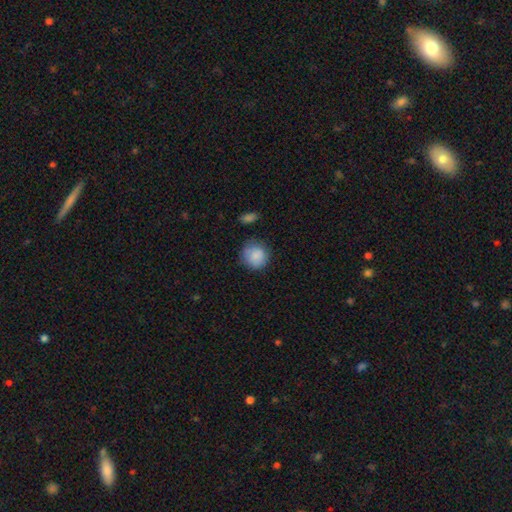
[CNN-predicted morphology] smooth-or-featured: smooth: 86% | star or artifact: 7% | featured or disk: 7%
  how-rounded: round: 89% | in between: 10% | cigar-shaped: 1%
  merging: none: 76% | minor disturbance: 17% | major disturbance: 5% | merger: 2%